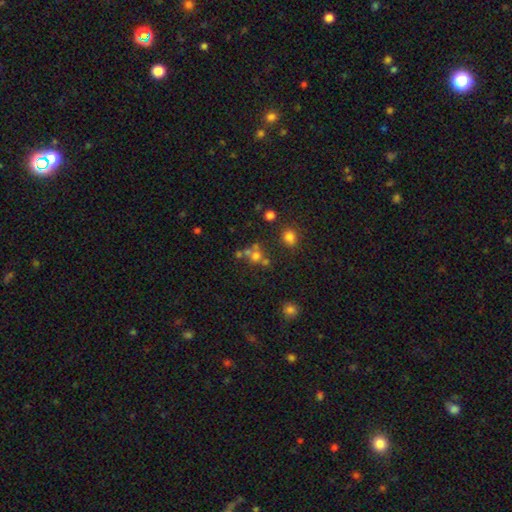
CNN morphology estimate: Smooth or featured: smooth — 59% (star or artifact — 22%)
How rounded: round — 79% (in between — 19%)
Merging: none — 47% (merger — 36%)